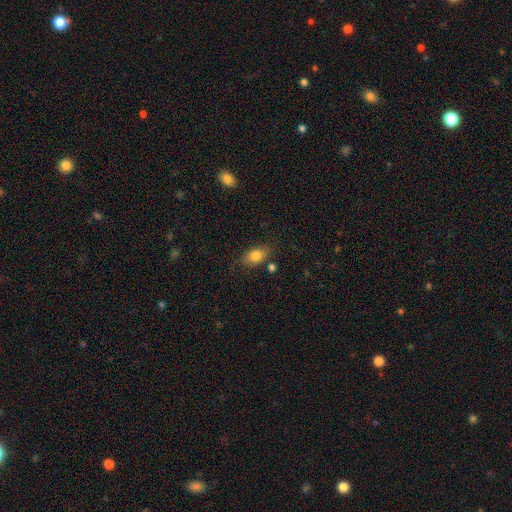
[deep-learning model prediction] Smooth or featured?
  - smooth: 81% *
  - featured or disk: 10%
  - star or artifact: 9%
How rounded?
  - in between: 83% *
  - round: 14%
  - cigar-shaped: 3%
Merging?
  - none: 76% *
  - minor disturbance: 16%
  - merger: 4%
  - major disturbance: 4%